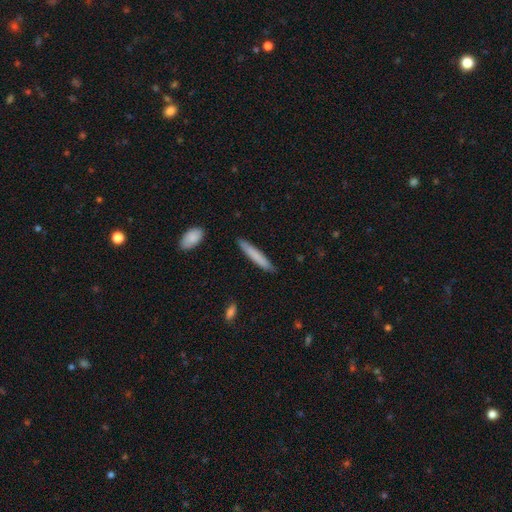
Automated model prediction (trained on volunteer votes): The model was most divided on "smooth or featured": smooth: 77%, featured or disk: 18%, star or artifact: 6%. More confident: how rounded — cigar-shaped (94%); merging — none (88%).